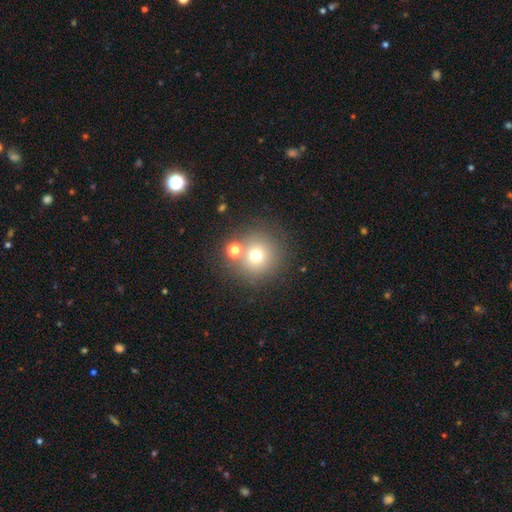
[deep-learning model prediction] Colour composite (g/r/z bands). It shows a smooth galaxy with no disk features (68%) that is round (93%). Merging: none (72%).